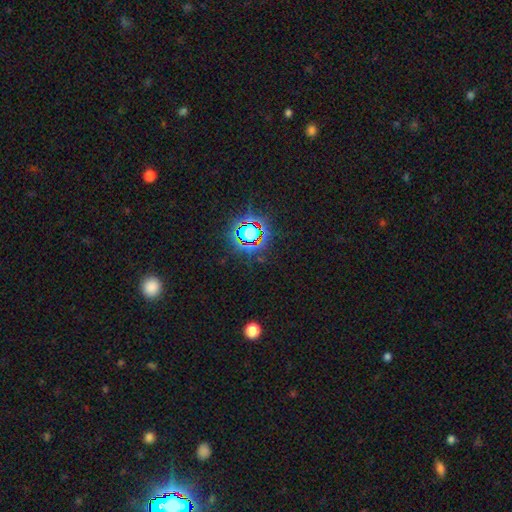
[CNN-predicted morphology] A star or artifact, not a galaxy (81%).